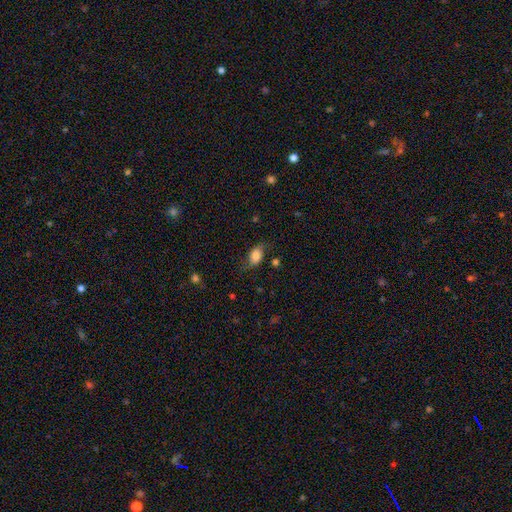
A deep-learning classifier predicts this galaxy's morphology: Smooth or featured? smooth (72%)
How rounded? in between (85%)
Merging? none (63%)